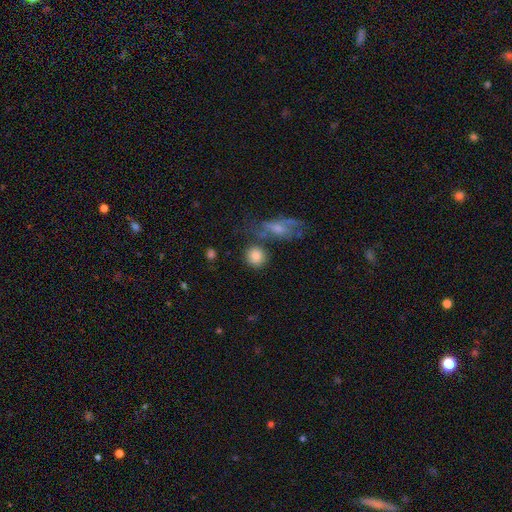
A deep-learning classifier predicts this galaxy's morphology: Smooth or featured: smooth — 82% (featured or disk — 9%)
How rounded: round — 85% (in between — 14%)
Merging: none — 67% (merger — 14%)